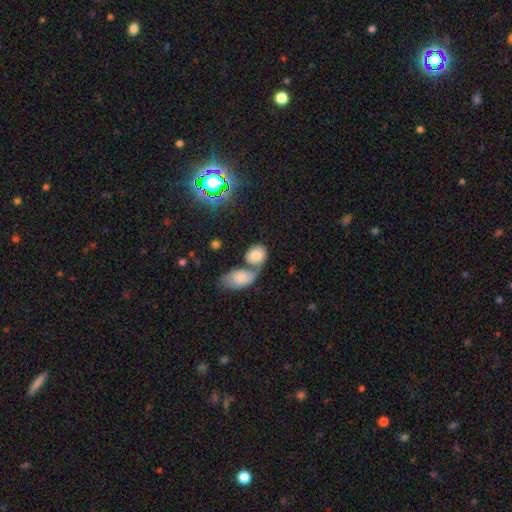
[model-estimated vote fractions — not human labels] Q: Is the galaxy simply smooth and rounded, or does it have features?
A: smooth — 79%.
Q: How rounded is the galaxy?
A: in between — 58%.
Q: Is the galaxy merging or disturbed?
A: merger — 51%.